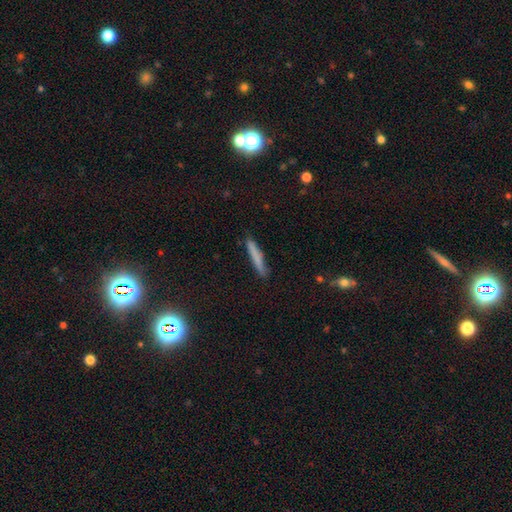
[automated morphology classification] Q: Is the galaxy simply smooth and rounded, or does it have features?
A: smooth — 74%.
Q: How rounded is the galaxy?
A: cigar-shaped — 95%.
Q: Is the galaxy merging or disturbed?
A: none — 86%.